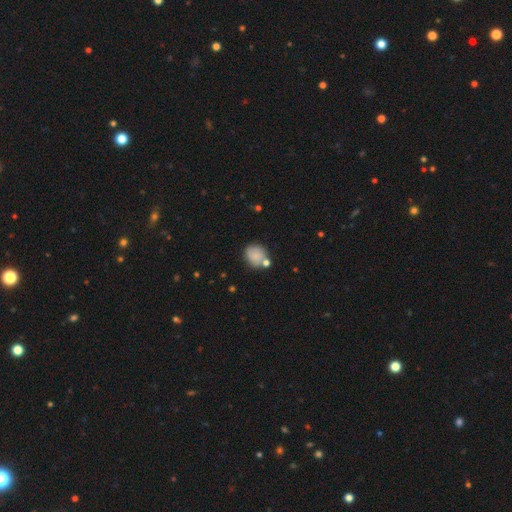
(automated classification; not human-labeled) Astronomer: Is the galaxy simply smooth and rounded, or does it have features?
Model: smooth — 75%.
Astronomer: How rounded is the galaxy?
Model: round — 70%.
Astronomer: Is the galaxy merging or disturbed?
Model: none — 58%.